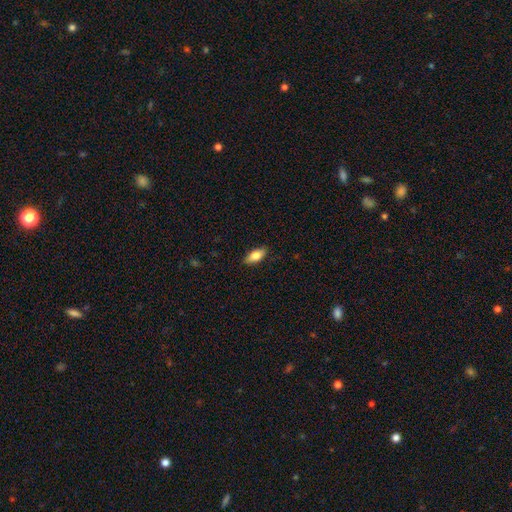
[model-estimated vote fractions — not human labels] This appears to be a smooth galaxy with no disk features (79%) that is in between round and cigar-shaped (84%). Merging: none (87%).